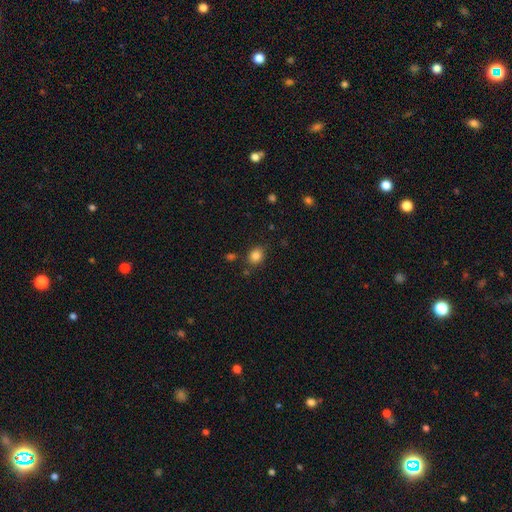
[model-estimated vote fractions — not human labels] Q: Smooth or featured?
A: smooth (84%); runner-up: star or artifact (11%)
Q: How rounded?
A: round (59%); runner-up: in between (40%)
Q: Merging?
A: none (80%); runner-up: minor disturbance (12%)